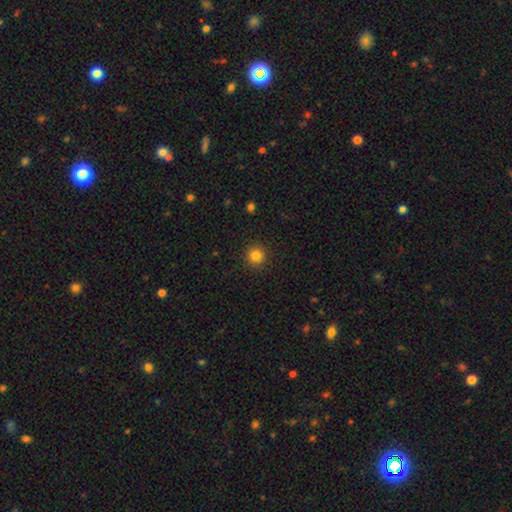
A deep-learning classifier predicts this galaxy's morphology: Smooth or featured?
  - smooth: 83% *
  - star or artifact: 12%
  - featured or disk: 5%
How rounded?
  - round: 94% *
  - in between: 5%
  - cigar-shaped: 1%
Merging?
  - none: 92% *
  - minor disturbance: 6%
  - major disturbance: 2%
  - merger: 1%